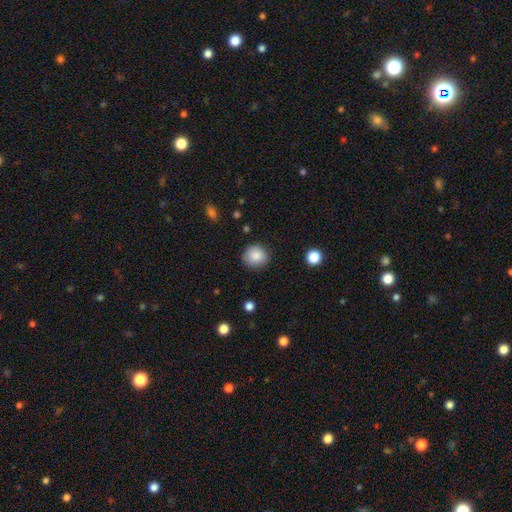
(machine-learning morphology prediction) A smooth galaxy with no disk features (86%) that is round (89%).

Vote fractions:
- Smooth or featured? smooth: 86% / star or artifact: 9% / featured or disk: 5%
- How rounded? round: 89% / in between: 10% / cigar-shaped: 1%
- Merging? none: 88% / minor disturbance: 9% / major disturbance: 2% / merger: 1%